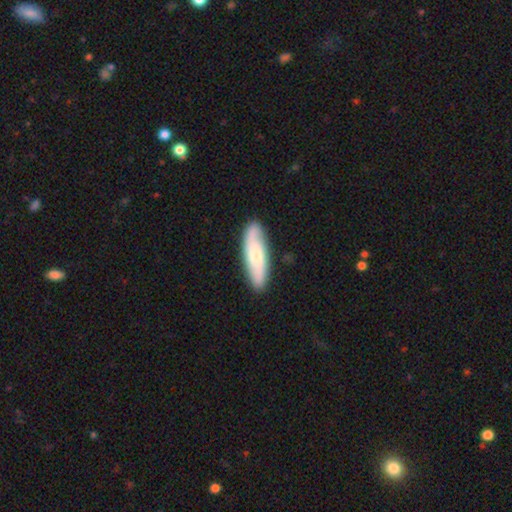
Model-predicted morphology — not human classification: Smooth or featured: smooth — 52% (featured or disk — 43%)
How rounded: cigar-shaped — 54% (in between — 44%)
Merging: none — 87% (minor disturbance — 9%)